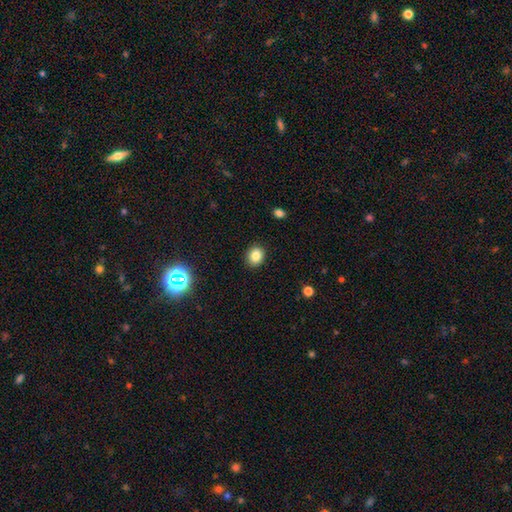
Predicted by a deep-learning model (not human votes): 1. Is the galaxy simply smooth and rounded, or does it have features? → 83% smooth, 11% star or artifact, 5% featured or disk.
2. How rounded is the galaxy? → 66% round, 33% in between, 1% cigar-shaped.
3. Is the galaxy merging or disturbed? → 90% none, 7% minor disturbance, 2% major disturbance, 1% merger.